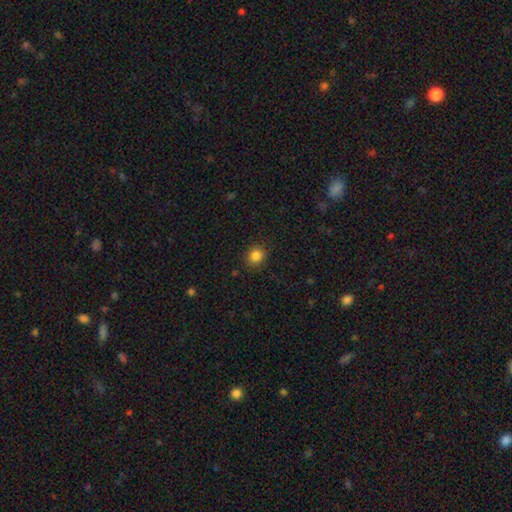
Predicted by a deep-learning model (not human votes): This is clearly a smooth galaxy (84%). How rounded: likely round (71%). Merging: clearly none (87%).